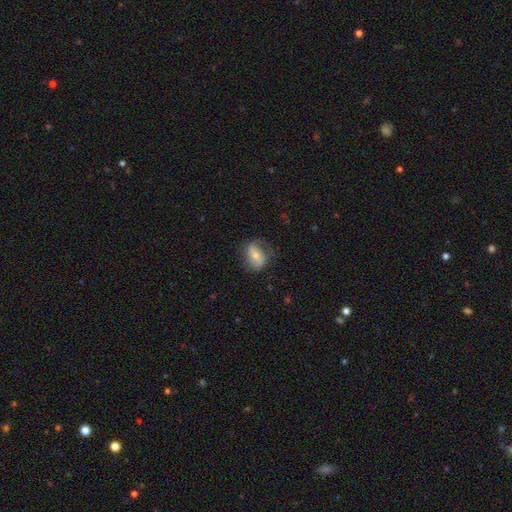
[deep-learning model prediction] A featured or disk galaxy (49%). Merging: none (60%).